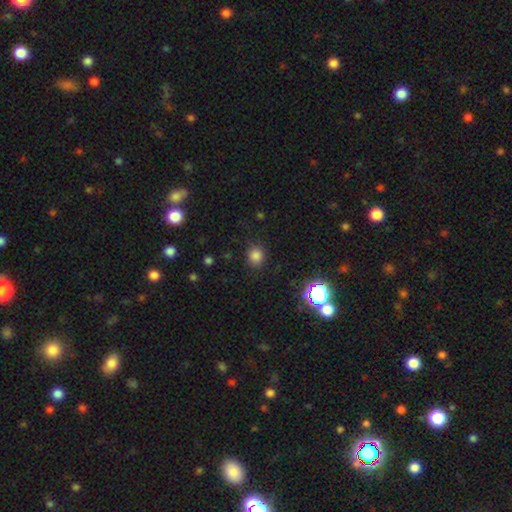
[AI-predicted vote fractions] smooth 79%, star or artifact 16%, featured or disk 4%. Down the decision tree: how rounded — round (83%); merging — none (86%).